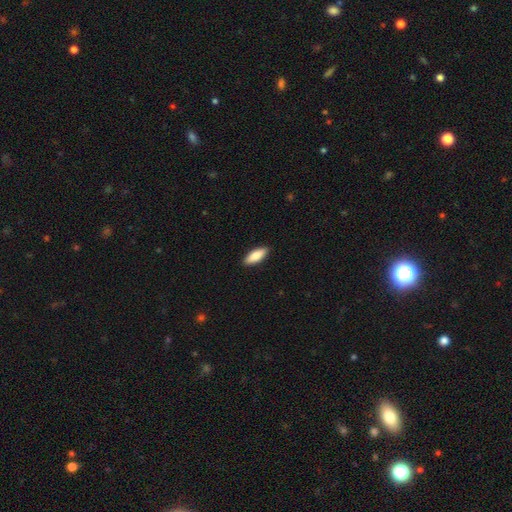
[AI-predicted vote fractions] A smooth galaxy with no disk features (83%) that is in between round and cigar-shaped (68%). Merging: none (90%).